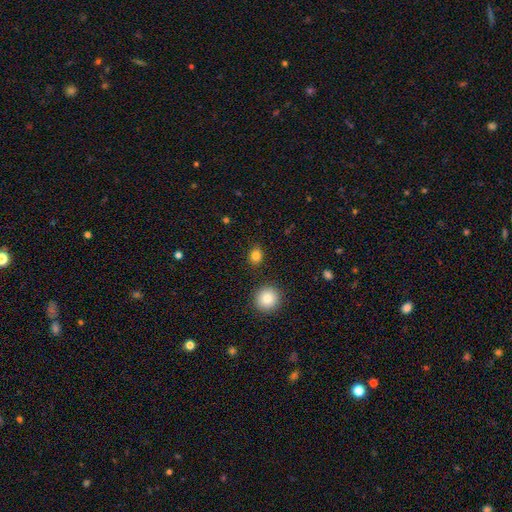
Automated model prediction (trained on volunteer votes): Smooth or featured?
  - smooth: 83% *
  - star or artifact: 12%
  - featured or disk: 5%
How rounded?
  - round: 72% *
  - in between: 28%
  - cigar-shaped: 1%
Merging?
  - none: 86% *
  - minor disturbance: 8%
  - merger: 3%
  - major disturbance: 3%